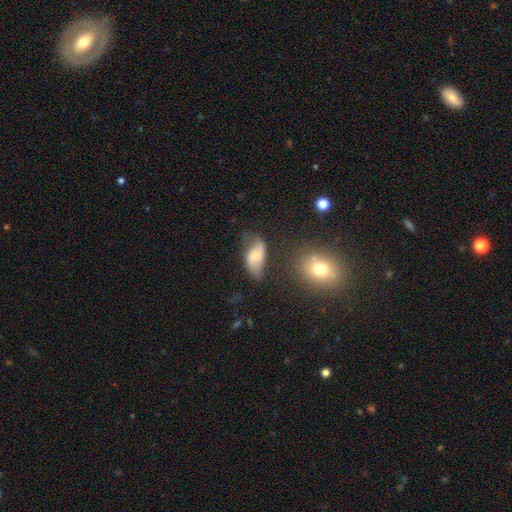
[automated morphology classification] Smooth or featured?
  - smooth: 46% *
  - featured or disk: 45%
  - star or artifact: 9%
Merging?
  - none: 46% *
  - minor disturbance: 32%
  - major disturbance: 16%
  - merger: 6%